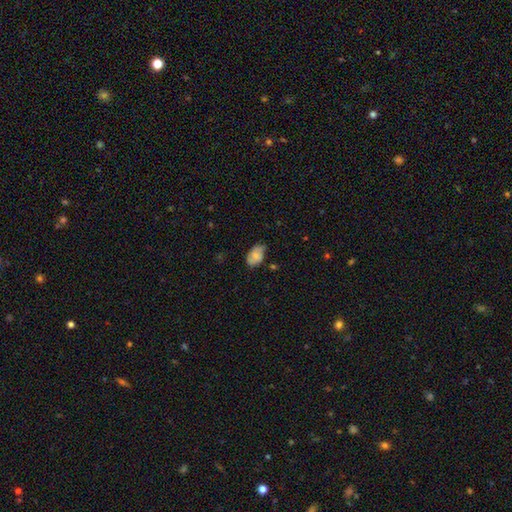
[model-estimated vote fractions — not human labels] Smooth or featured: smooth — 71% (featured or disk — 21%)
How rounded: in between — 91% (round — 8%)
Merging: none — 59% (minor disturbance — 32%)